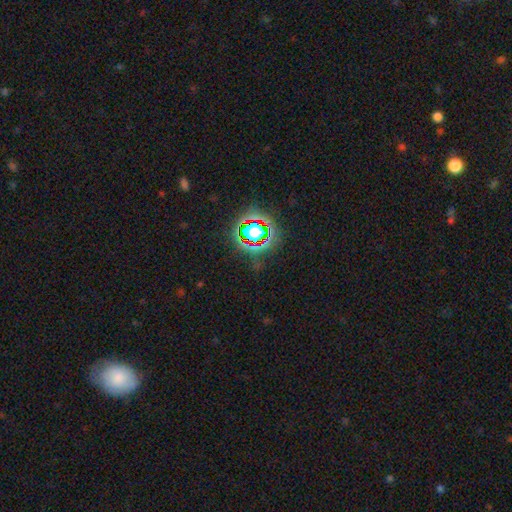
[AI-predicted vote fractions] Smooth or featured? Predicted: star or artifact (p=0.77).